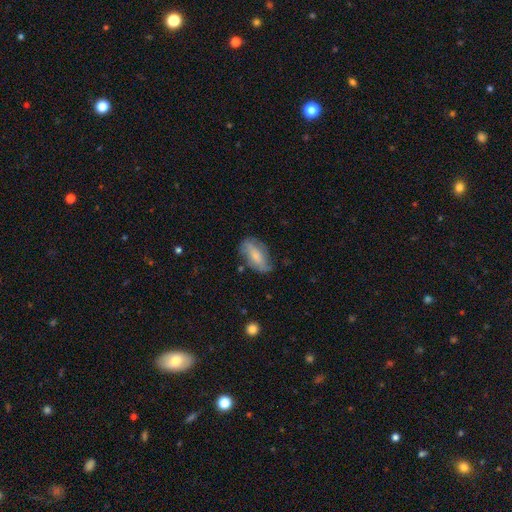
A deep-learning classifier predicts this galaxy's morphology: Smooth or featured? smooth (58%)
How rounded? in between (84%)
Merging? none (62%)